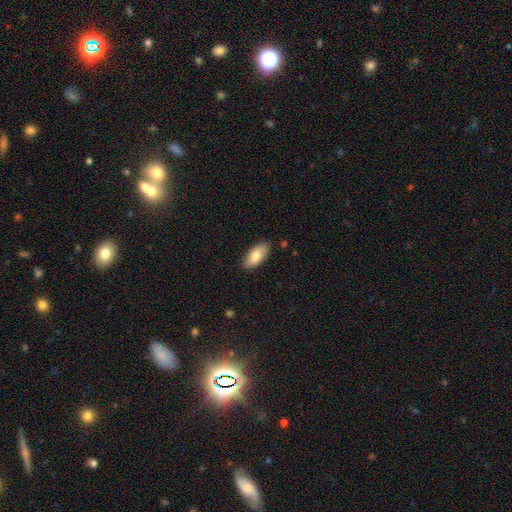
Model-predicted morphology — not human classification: A smooth galaxy with no disk features (79%) that is in between round and cigar-shaped (90%).

Vote fractions:
- Smooth or featured? smooth: 79% / featured or disk: 15% / star or artifact: 6%
- How rounded? in between: 90% / cigar-shaped: 8% / round: 2%
- Merging? none: 85% / minor disturbance: 12% / major disturbance: 2% / merger: 1%